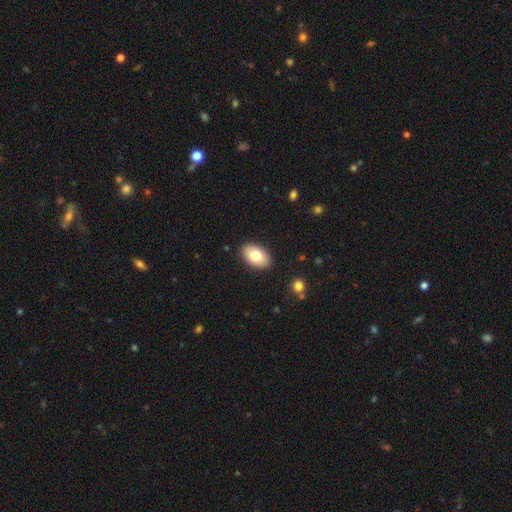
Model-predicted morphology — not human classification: A smooth galaxy with no disk features (80%) that is in between round and cigar-shaped (92%).

Vote fractions:
- Smooth or featured? smooth: 80% / featured or disk: 13% / star or artifact: 7%
- How rounded? in between: 92% / round: 7% / cigar-shaped: 1%
- Merging? none: 89% / minor disturbance: 8% / major disturbance: 2% / merger: 1%